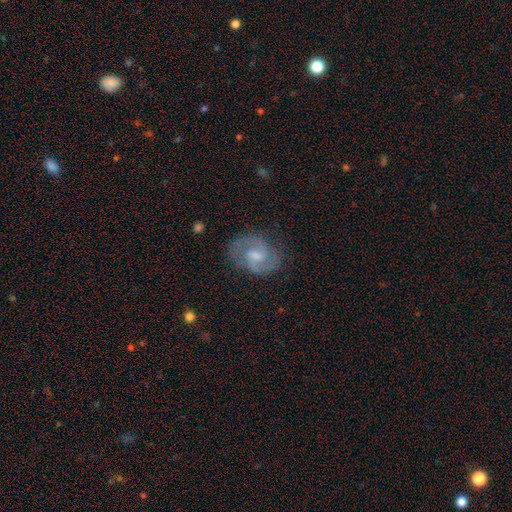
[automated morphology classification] A featured or disk galaxy (81%) with a weak bar (59%), 2 (89%) medium (55%) spiral arms (95%) and a moderate central bulge (48%). Merging: none (78%).